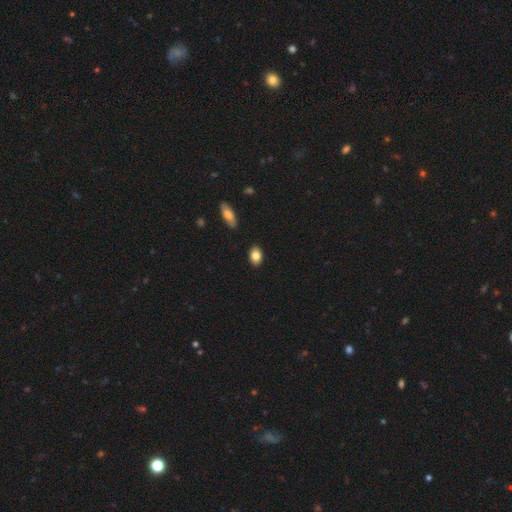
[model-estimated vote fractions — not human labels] Q: Smooth or featured?
A: smooth (83%); runner-up: featured or disk (9%)
Q: How rounded?
A: in between (86%); runner-up: round (12%)
Q: Merging?
A: none (88%); runner-up: minor disturbance (8%)